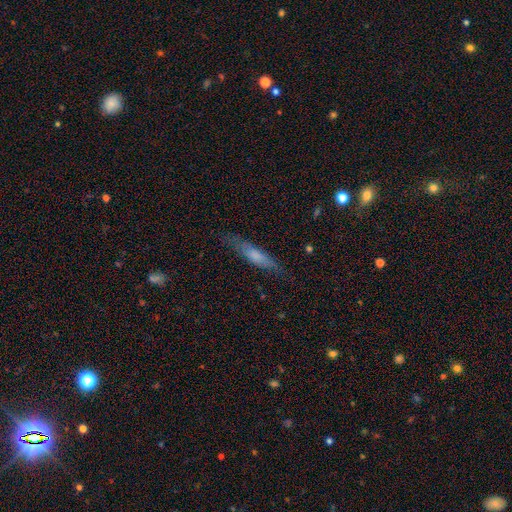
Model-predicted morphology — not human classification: smooth 60%, featured or disk 33%, star or artifact 7%. Down the decision tree: how rounded — cigar-shaped (81%); merging — none (75%).